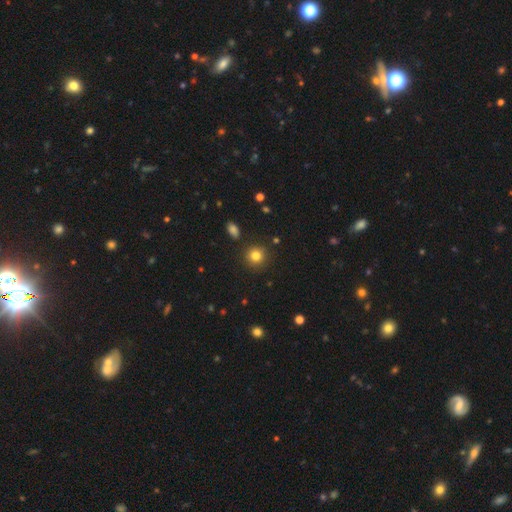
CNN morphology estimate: Q: Smooth or featured?
A: smooth (82%); runner-up: star or artifact (12%)
Q: How rounded?
A: round (91%); runner-up: in between (8%)
Q: Merging?
A: none (89%); runner-up: minor disturbance (7%)